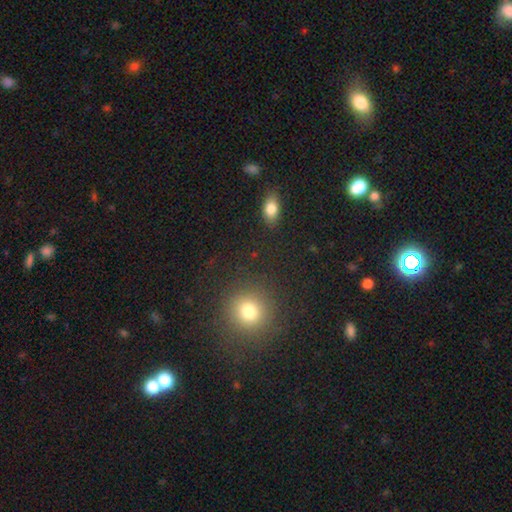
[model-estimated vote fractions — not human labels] A smooth galaxy with no disk features (59%) that is round (80%).

Vote fractions:
- Smooth or featured? smooth: 59% / star or artifact: 32% / featured or disk: 9%
- How rounded? round: 80% / in between: 17% / cigar-shaped: 3%
- Merging? none: 89% / minor disturbance: 6% / major disturbance: 3% / merger: 2%